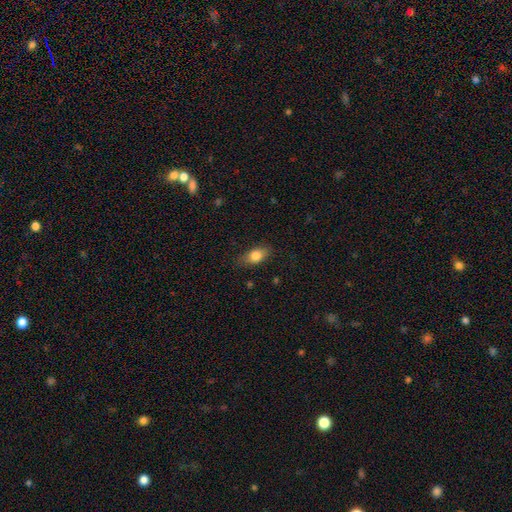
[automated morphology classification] smooth_or_featured: smooth (p=0.80) [alt: featured or disk p=0.12]
how_rounded: in between (p=0.83) [alt: round p=0.10]
merging: none (p=0.79) [alt: minor disturbance p=0.16]